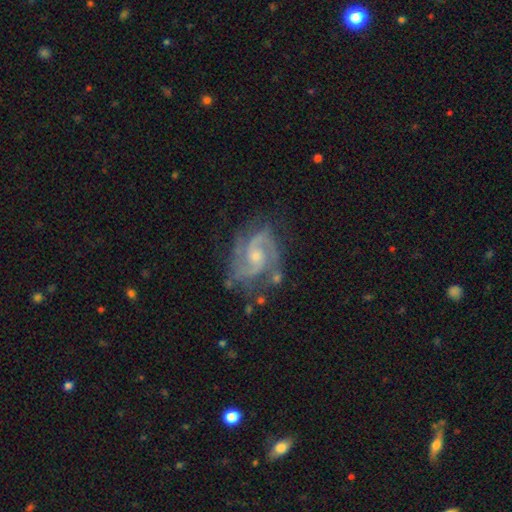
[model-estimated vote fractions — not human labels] smooth_or_featured: featured or disk (p=0.87) [alt: star or artifact p=0.08]
disk_edge_on: no (p=0.97) [alt: yes p=0.03]
bar: no (p=0.45) [alt: weak p=0.44]
has_spiral_arms: yes (p=0.98) [alt: no p=0.02]
spiral_winding: medium (p=0.54) [alt: tight p=0.31]
spiral_arm_count: 2 (p=0.72) [alt: 3 p=0.12]
bulge_size: small (p=0.52) [alt: moderate p=0.42]
merging: none (p=0.74) [alt: minor disturbance p=0.17]